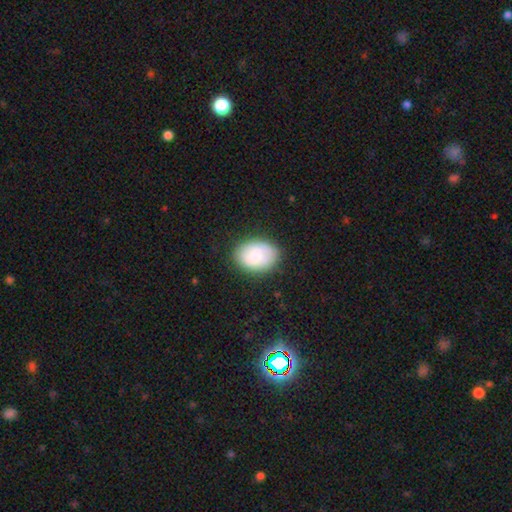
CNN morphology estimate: Q: Smooth or featured?
A: smooth (72%); runner-up: featured or disk (21%)
Q: How rounded?
A: in between (70%); runner-up: round (29%)
Q: Merging?
A: none (75%); runner-up: minor disturbance (17%)